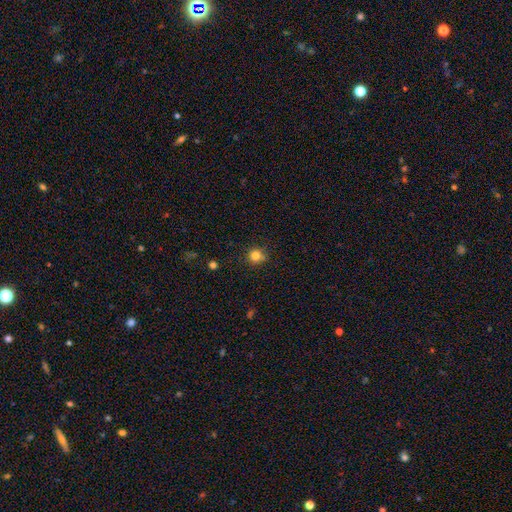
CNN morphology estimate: type=smooth (81%); roundness=round (92%); merging=none (81%).